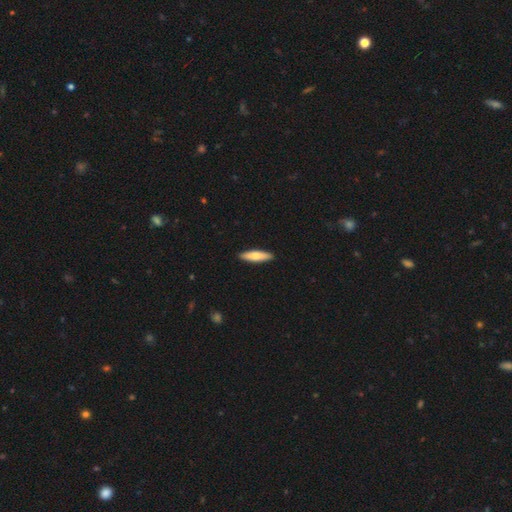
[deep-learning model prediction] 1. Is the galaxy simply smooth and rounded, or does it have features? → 67% smooth, 28% featured or disk, 5% star or artifact.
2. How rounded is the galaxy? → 72% cigar-shaped, 26% in between, 2% round.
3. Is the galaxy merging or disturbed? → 92% none, 6% minor disturbance, 1% major disturbance, 1% merger.